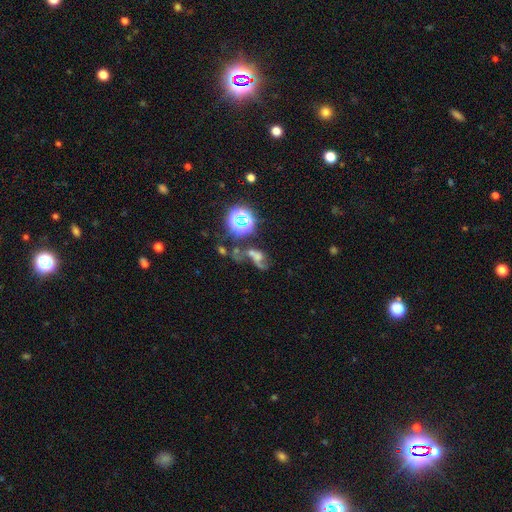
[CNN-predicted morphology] featured or disk 35%, smooth 34%, star or artifact 31%. Down the decision tree: merging — merger (38%).